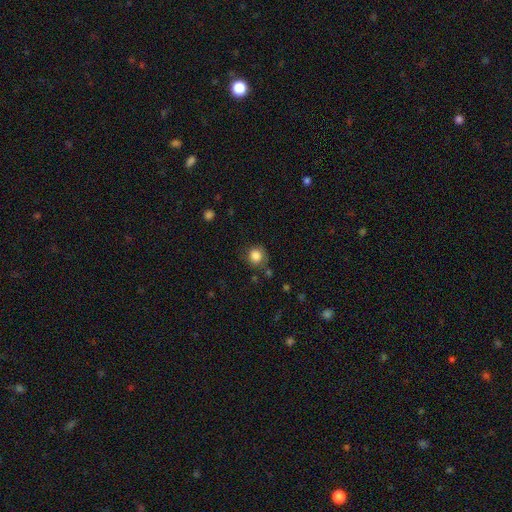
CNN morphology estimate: Smooth or featured? smooth (85%)
How rounded? round (89%)
Merging? none (79%)